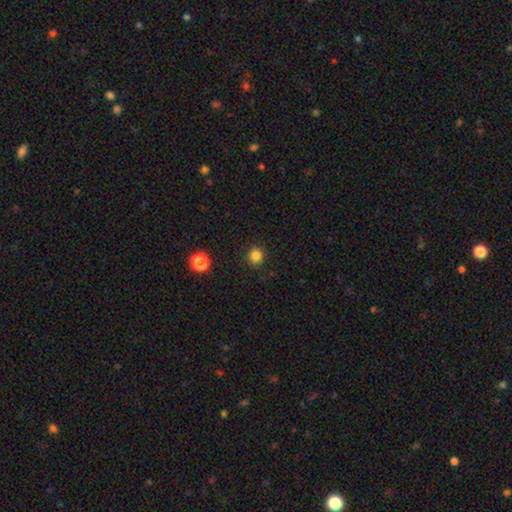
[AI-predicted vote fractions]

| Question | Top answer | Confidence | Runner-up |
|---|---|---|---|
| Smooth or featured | smooth | 84% | star or artifact (13%) |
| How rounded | round | 89% | in between (10%) |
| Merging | none | 89% | minor disturbance (7%) |